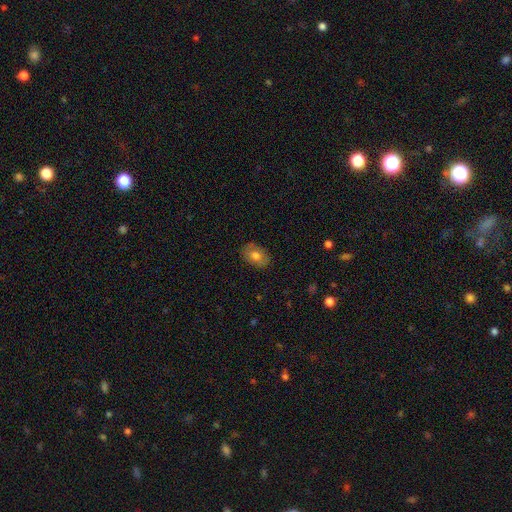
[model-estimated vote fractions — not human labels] A smooth galaxy with no disk features (65%) that is in between round and cigar-shaped (81%). Merging: none (82%).